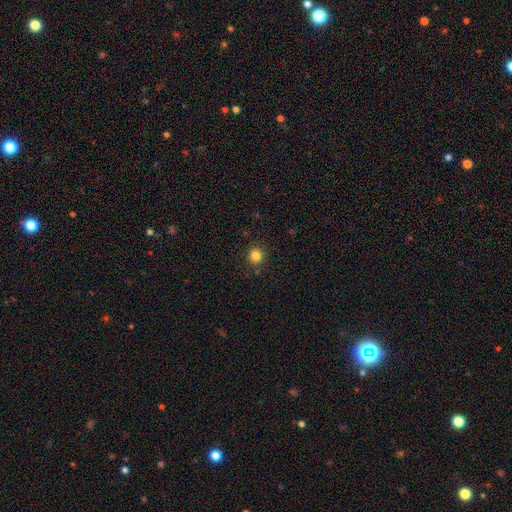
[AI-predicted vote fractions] smooth-or-featured: smooth: 83% | star or artifact: 13% | featured or disk: 4%
  how-rounded: round: 93% | in between: 6% | cigar-shaped: 1%
  merging: none: 90% | minor disturbance: 6% | major disturbance: 2% | merger: 2%